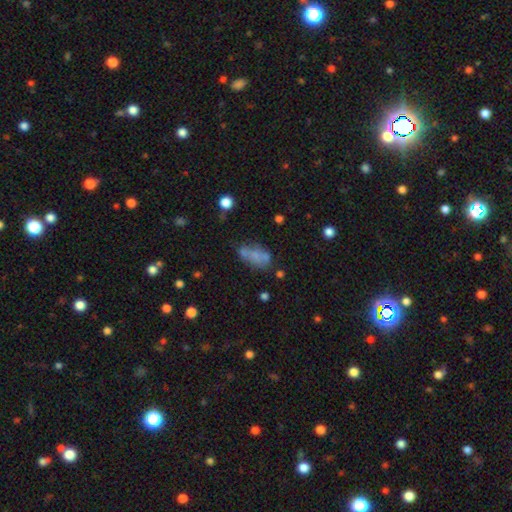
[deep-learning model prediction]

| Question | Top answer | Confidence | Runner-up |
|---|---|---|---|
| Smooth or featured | smooth | 58% | featured or disk (28%) |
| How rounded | in between | 85% | round (8%) |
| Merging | none | 41% | merger (23%) |